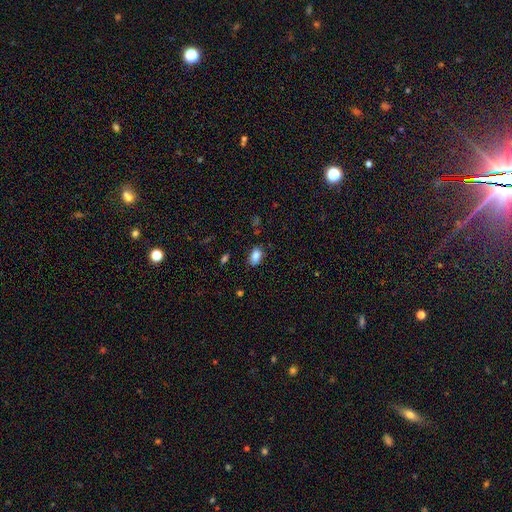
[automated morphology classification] A smooth galaxy with no disk features (83%) that is in between round and cigar-shaped (88%). Merging: none (78%).